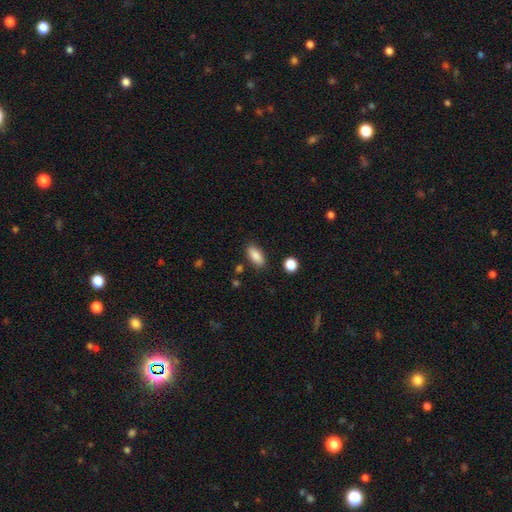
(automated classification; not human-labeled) The model was most divided on "merging": none: 85%, minor disturbance: 10%, major disturbance: 3%, merger: 2%. More confident: smooth or featured — smooth (87%); how rounded — in between (86%).